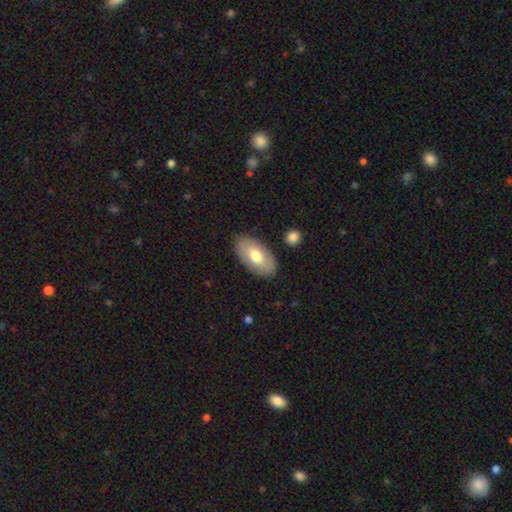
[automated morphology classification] A smooth galaxy with no disk features (70%) that is in between round and cigar-shaped (94%). Merging: none (84%).